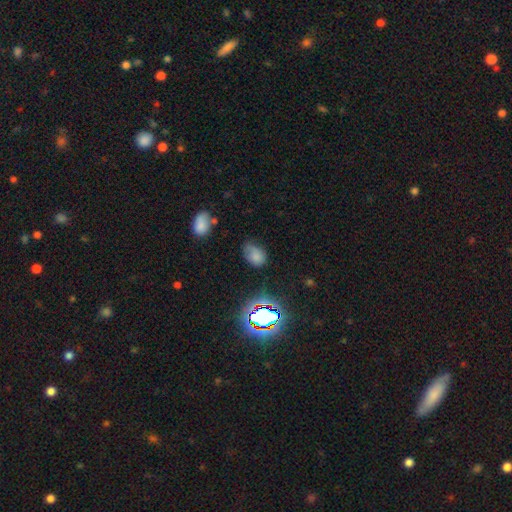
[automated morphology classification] The model was most divided on "merging": none: 47%, minor disturbance: 34%, major disturbance: 15%, merger: 4%. More confident: how rounded — in between (76%); smooth or featured — smooth (69%).